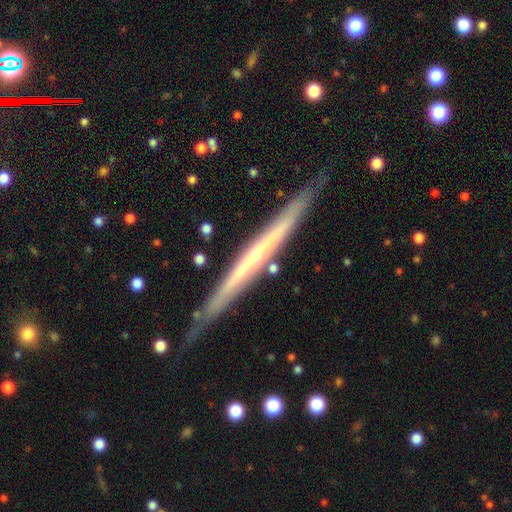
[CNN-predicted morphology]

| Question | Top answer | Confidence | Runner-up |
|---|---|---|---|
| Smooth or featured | featured or disk | 75% | smooth (19%) |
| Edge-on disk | yes | 95% | no (5%) |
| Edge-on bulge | none | 59% | rounded (37%) |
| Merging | none | 84% | minor disturbance (12%) |